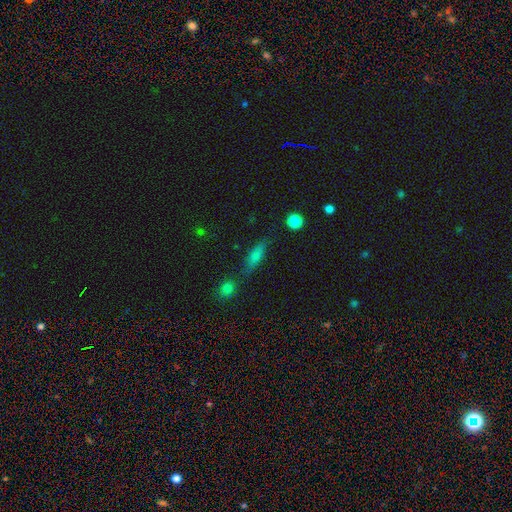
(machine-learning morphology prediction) smooth_or_featured: smooth (p=0.73) [alt: featured or disk p=0.15]
how_rounded: in between (p=0.49) [alt: cigar-shaped p=0.46]
merging: none (p=0.66) [alt: minor disturbance p=0.19]